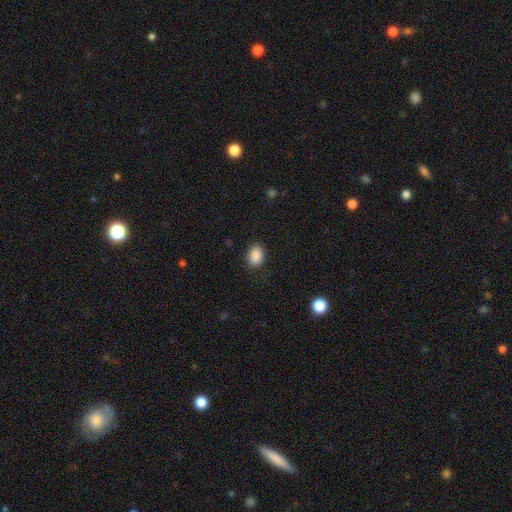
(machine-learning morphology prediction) type=smooth (89%); roundness=in between (72%); merging=none (85%).